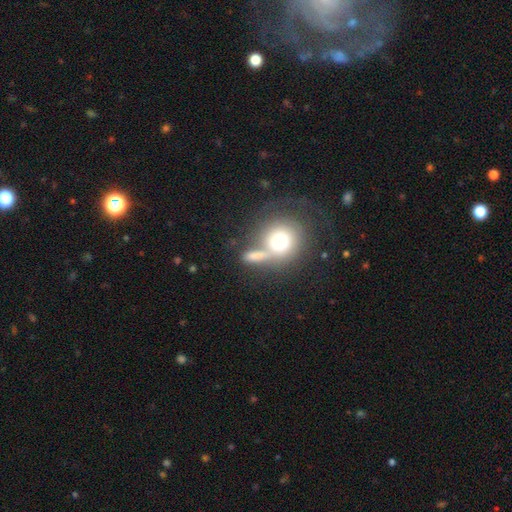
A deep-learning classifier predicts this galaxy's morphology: Smooth or featured?
  - smooth: 72% *
  - featured or disk: 19%
  - star or artifact: 10%
How rounded?
  - round: 53% *
  - in between: 36%
  - cigar-shaped: 11%
Merging?
  - merger: 43% *
  - none: 37%
  - minor disturbance: 11%
  - major disturbance: 10%